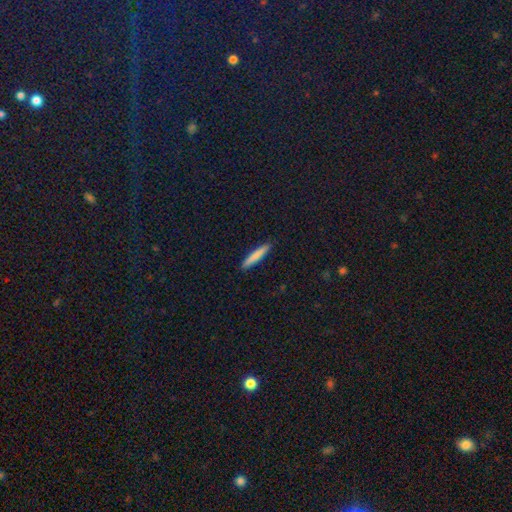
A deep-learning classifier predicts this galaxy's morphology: smooth_or_featured: smooth (p=0.80) [alt: featured or disk p=0.15]
how_rounded: cigar-shaped (p=0.93) [alt: in between p=0.06]
merging: none (p=0.91) [alt: minor disturbance p=0.06]